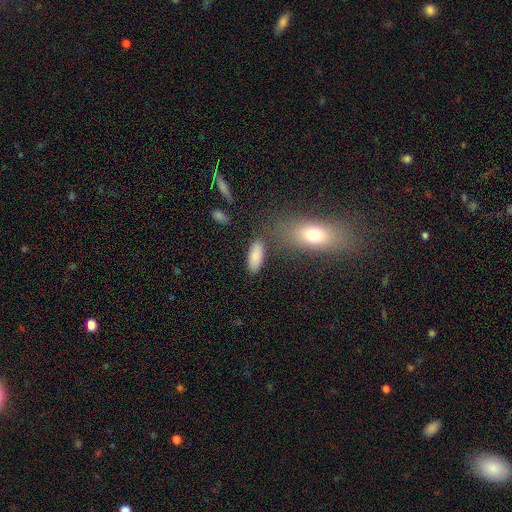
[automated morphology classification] Overall: smooth (84%). How rounded: in between (82%). Merging: none (76%).